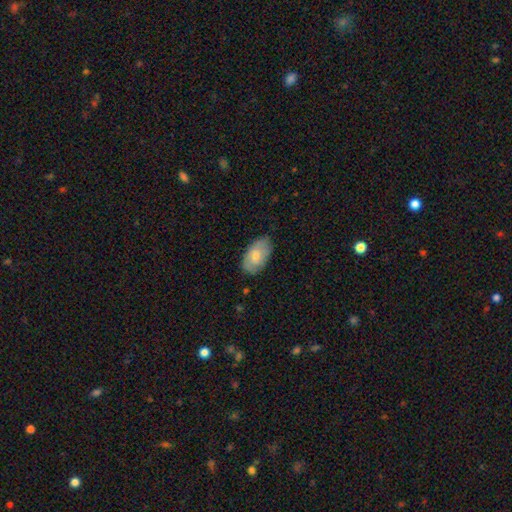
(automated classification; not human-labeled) This is likely a smooth galaxy (63%). How rounded: clearly in between (94%). Merging: likely none (73%).